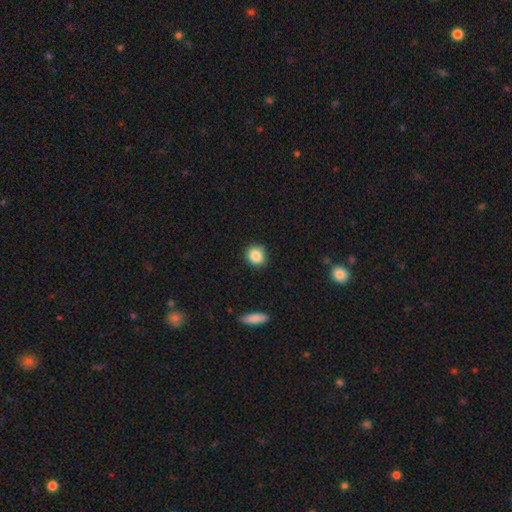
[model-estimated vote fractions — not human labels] This is clearly a smooth galaxy (87%). How rounded: likely round (78%). Merging: clearly none (86%).